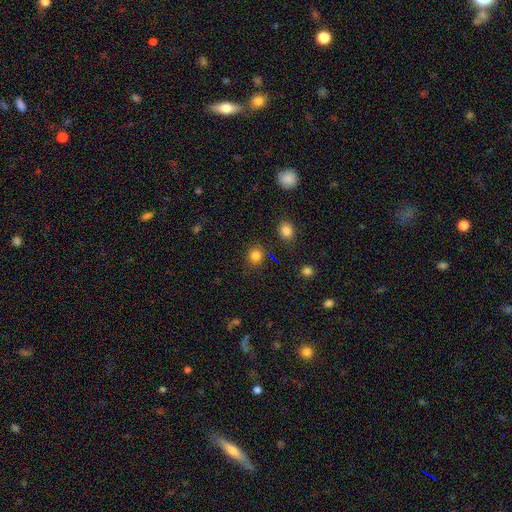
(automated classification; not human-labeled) Smooth or featured?
  - smooth: 83% *
  - star or artifact: 13%
  - featured or disk: 5%
How rounded?
  - round: 79% *
  - in between: 20%
  - cigar-shaped: 1%
Merging?
  - none: 85% *
  - minor disturbance: 9%
  - merger: 3%
  - major disturbance: 3%